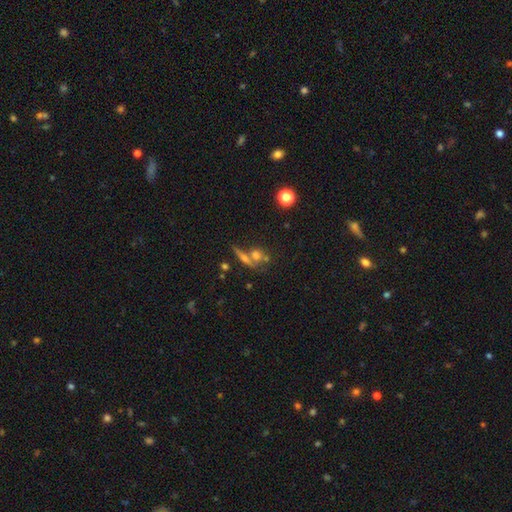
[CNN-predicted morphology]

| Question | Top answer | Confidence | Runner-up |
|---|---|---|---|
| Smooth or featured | smooth | 41% | star or artifact (32%) |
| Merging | none | 40% | merger (37%) |